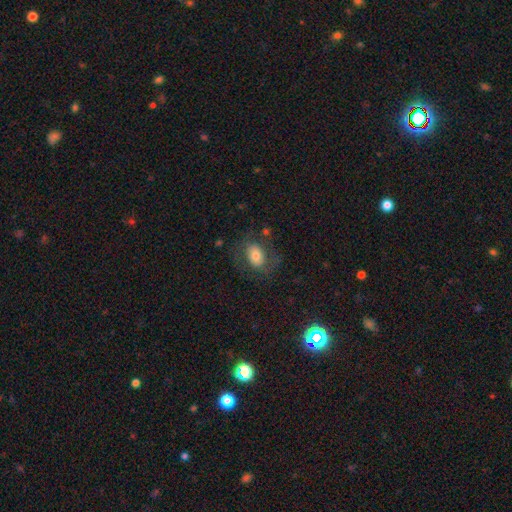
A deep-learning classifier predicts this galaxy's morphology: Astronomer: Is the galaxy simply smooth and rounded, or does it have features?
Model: smooth — 69%.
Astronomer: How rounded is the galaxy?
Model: in between — 77%.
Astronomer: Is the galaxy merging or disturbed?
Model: none — 66%.